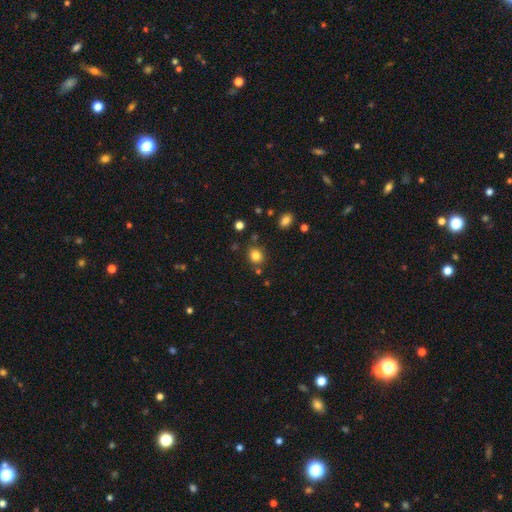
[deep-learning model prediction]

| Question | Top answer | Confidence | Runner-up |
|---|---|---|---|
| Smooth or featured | smooth | 82% | star or artifact (12%) |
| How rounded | round | 75% | in between (24%) |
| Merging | none | 81% | minor disturbance (10%) |